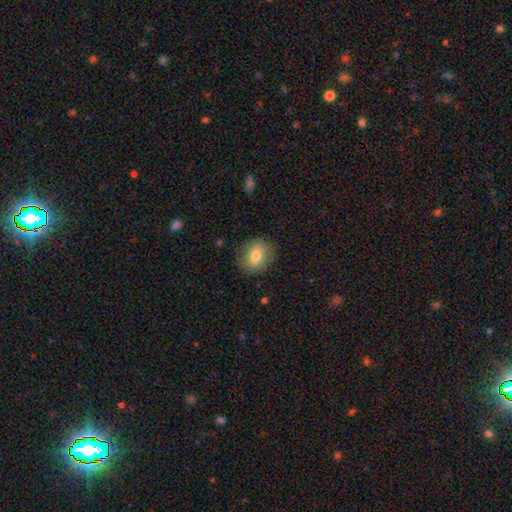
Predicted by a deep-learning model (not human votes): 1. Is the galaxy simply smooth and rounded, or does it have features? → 75% smooth, 17% featured or disk, 8% star or artifact.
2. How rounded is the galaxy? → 58% round, 41% in between, 1% cigar-shaped.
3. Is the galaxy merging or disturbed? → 84% none, 12% minor disturbance, 4% major disturbance, 1% merger.